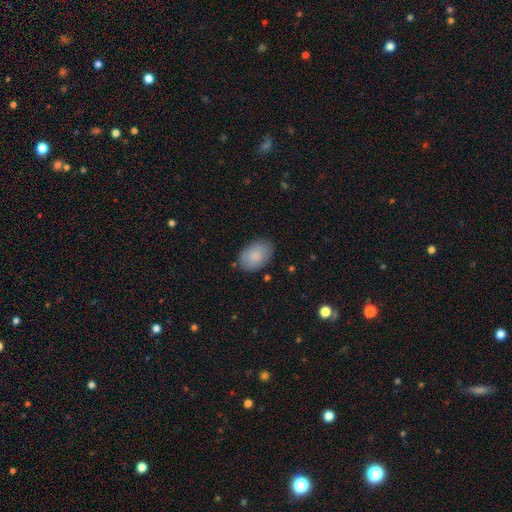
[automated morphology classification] This appears to be a smooth galaxy with no disk features (85%) that is in between round and cigar-shaped (88%). Merging: none (80%).